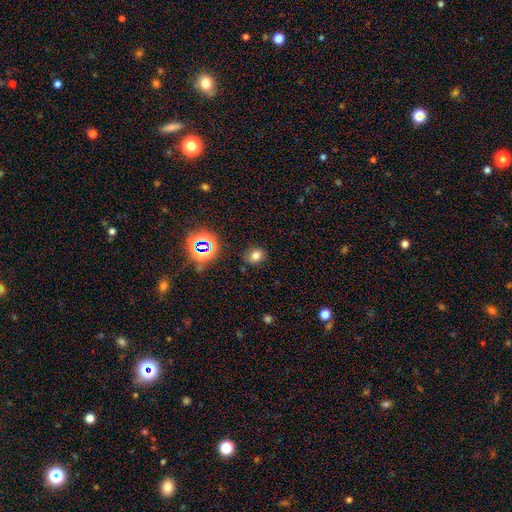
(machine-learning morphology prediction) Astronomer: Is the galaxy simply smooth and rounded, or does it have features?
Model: smooth — 71%.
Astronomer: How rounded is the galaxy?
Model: round — 56% (runner-up: in between, 43%).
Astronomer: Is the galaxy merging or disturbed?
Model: none — 82%.